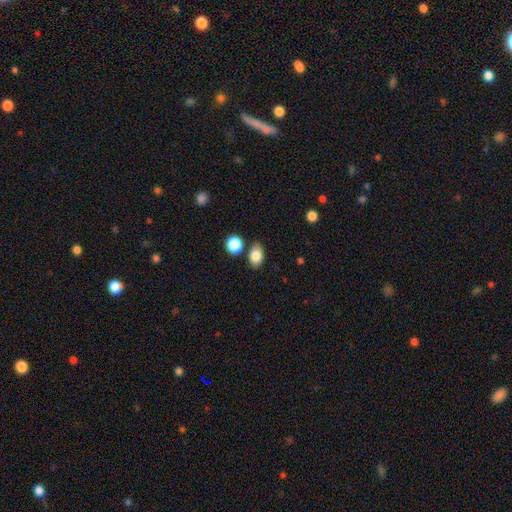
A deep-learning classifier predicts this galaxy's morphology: Smooth or featured? Predicted: smooth (p=0.85). How rounded? Predicted: in between (p=0.82). Merging? Predicted: none (p=0.75).